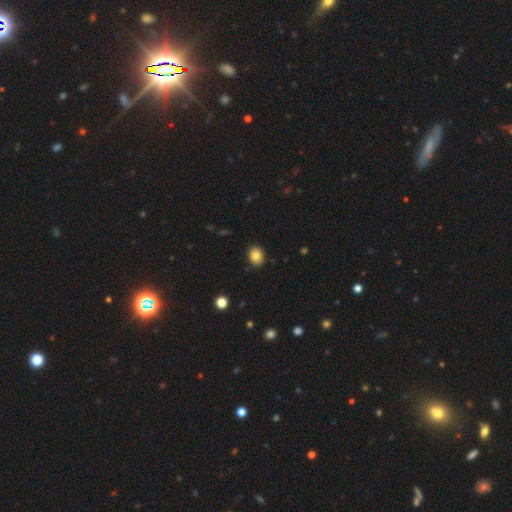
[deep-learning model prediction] Smooth or featured: smooth — 82% (star or artifact — 10%)
How rounded: round — 56% (in between — 43%)
Merging: none — 89% (minor disturbance — 8%)